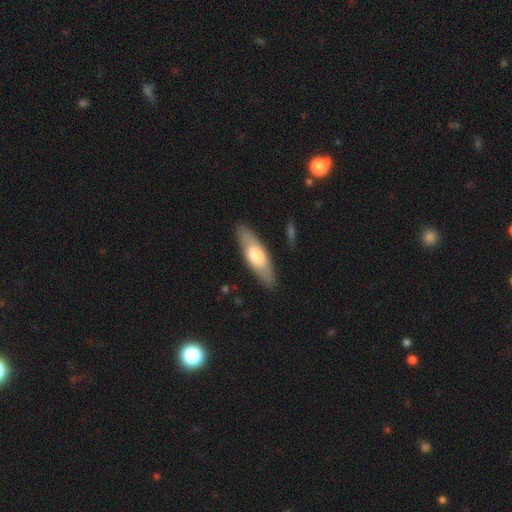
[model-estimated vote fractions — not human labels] Smooth or featured?
  - smooth: 58% *
  - featured or disk: 37%
  - star or artifact: 5%
How rounded?
  - cigar-shaped: 49% * (tied)
  - in between: 49% * (tied)
  - round: 2%
Merging?
  - none: 87% *
  - minor disturbance: 10%
  - major disturbance: 2%
  - merger: 1%